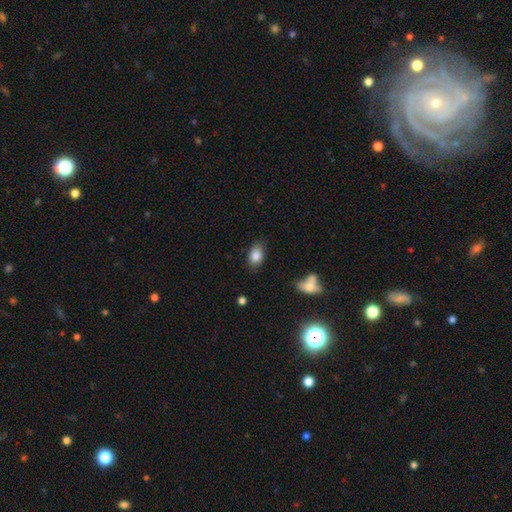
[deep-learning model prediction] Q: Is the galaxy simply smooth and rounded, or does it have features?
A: smooth — 84%.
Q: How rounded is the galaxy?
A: in between — 85%.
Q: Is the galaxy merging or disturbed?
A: none — 76%.